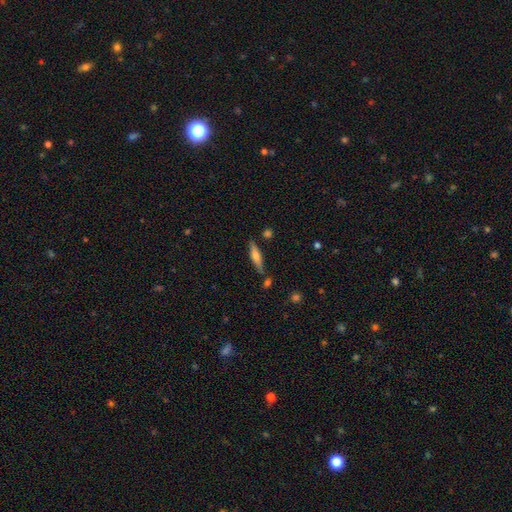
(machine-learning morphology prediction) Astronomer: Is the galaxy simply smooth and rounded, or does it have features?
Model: smooth — 49% (runner-up: featured or disk, 44%).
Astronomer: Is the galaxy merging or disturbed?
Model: none — 78%.